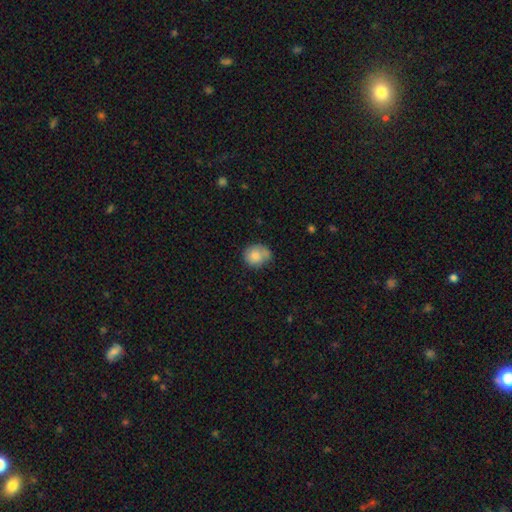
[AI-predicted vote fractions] smooth 81%, featured or disk 11%, star or artifact 8%. Down the decision tree: how rounded — round (75%); merging — none (55%).